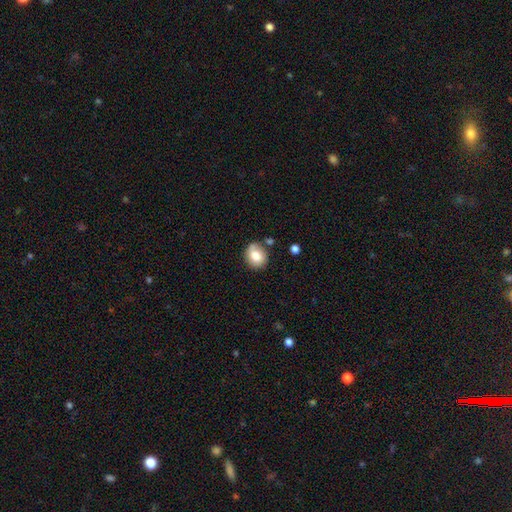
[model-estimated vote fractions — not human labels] This is likely a smooth galaxy (78%). How rounded: likely round (68%). Merging: likely none (71%).